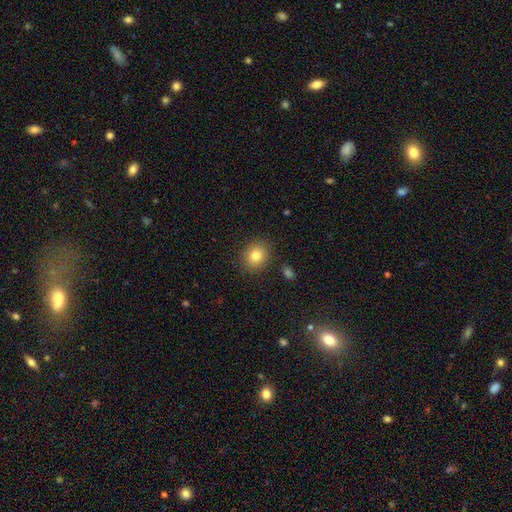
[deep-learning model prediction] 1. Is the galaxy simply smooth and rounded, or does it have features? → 81% smooth, 10% star or artifact, 9% featured or disk.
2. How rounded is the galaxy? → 66% round, 33% in between, 1% cigar-shaped.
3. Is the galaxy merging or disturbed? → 88% none, 8% minor disturbance, 3% major disturbance, 2% merger.